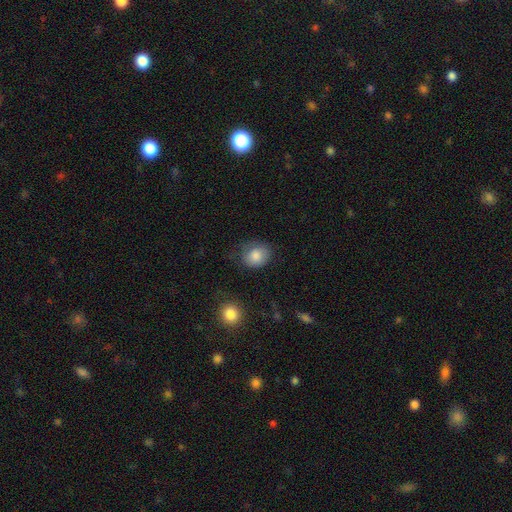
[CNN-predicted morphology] The model was most divided on "how rounded": round: 59%, in between: 40%, cigar-shaped: 1%. More confident: smooth or featured — smooth (84%); merging — none (62%).